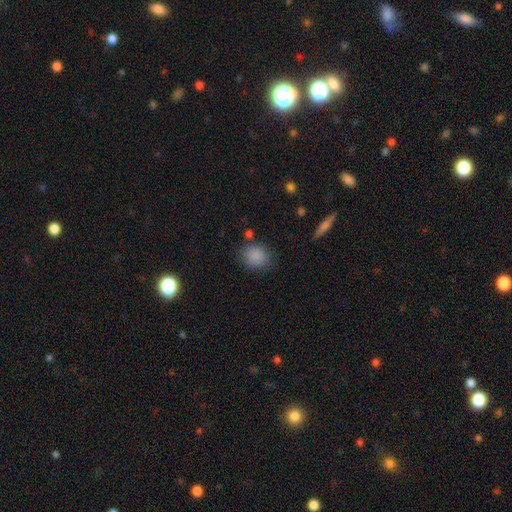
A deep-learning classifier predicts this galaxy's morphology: This is clearly a smooth galaxy (86%). How rounded: likely round (61%). Merging: likely none (79%).